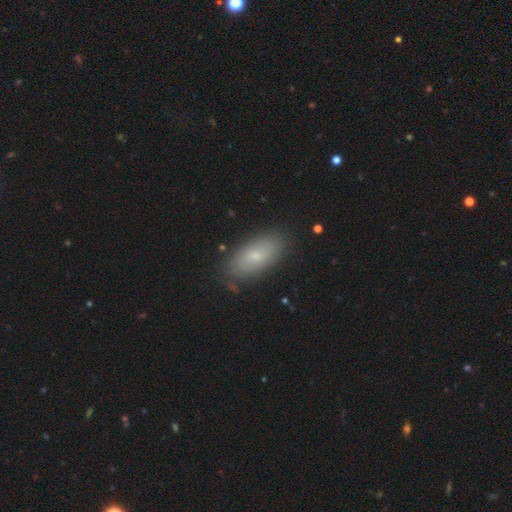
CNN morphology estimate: Q: Smooth or featured?
A: smooth (67%); runner-up: featured or disk (25%)
Q: How rounded?
A: in between (87%); runner-up: cigar-shaped (10%)
Q: Merging?
A: none (83%); runner-up: minor disturbance (13%)